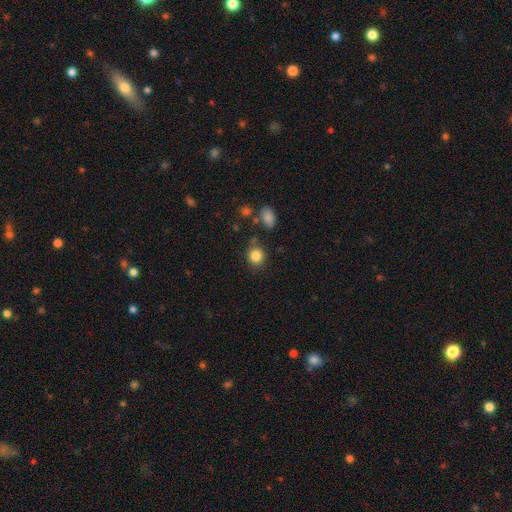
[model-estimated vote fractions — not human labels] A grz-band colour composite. It shows a smooth galaxy with no disk features (85%) that is round (83%). Merging: none (79%).